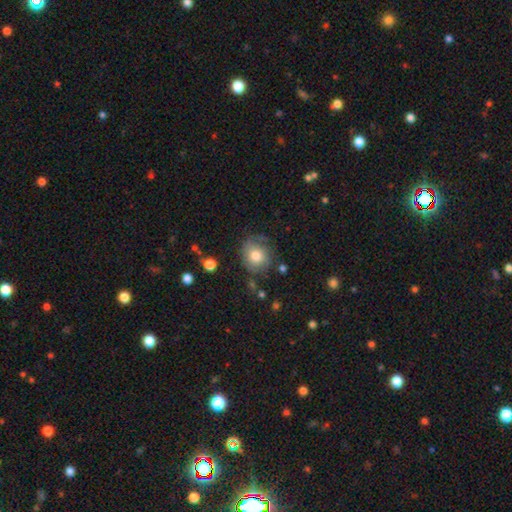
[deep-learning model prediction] A smooth galaxy with no disk features (69%) that is round (79%). Merging: none (67%).